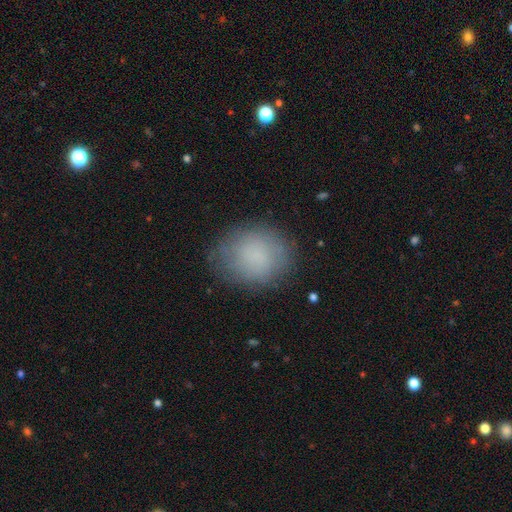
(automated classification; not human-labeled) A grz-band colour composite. It shows a smooth galaxy with no disk features (79%) that is round (59%). Merging: none (78%).